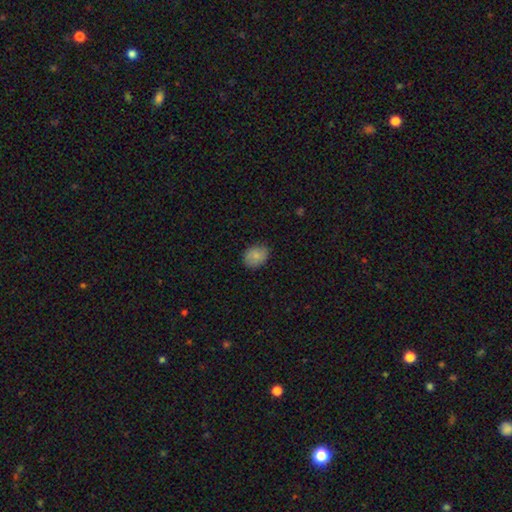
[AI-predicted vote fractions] This appears to be a smooth galaxy with no disk features (82%) that is in between round and cigar-shaped (60%). Merging: none (81%).